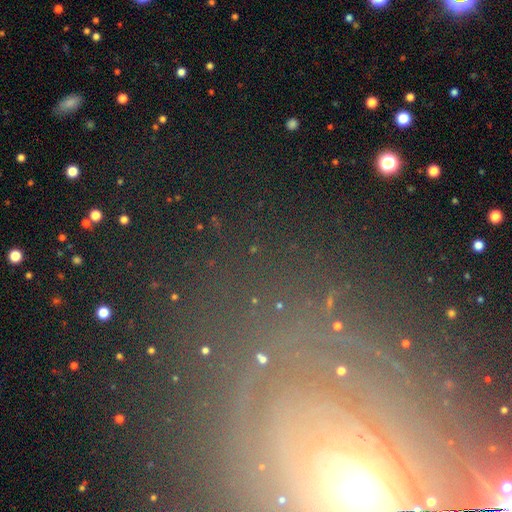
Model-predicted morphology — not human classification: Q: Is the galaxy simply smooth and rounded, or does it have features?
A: star or artifact — 51%.